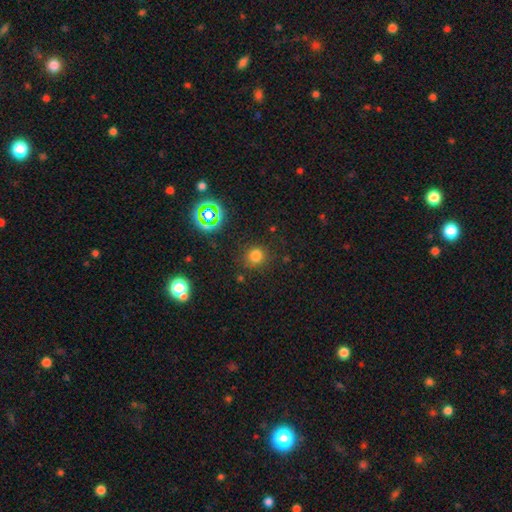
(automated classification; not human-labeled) smooth 74%, star or artifact 20%, featured or disk 6%. Down the decision tree: how rounded — round (84%); merging — none (83%).